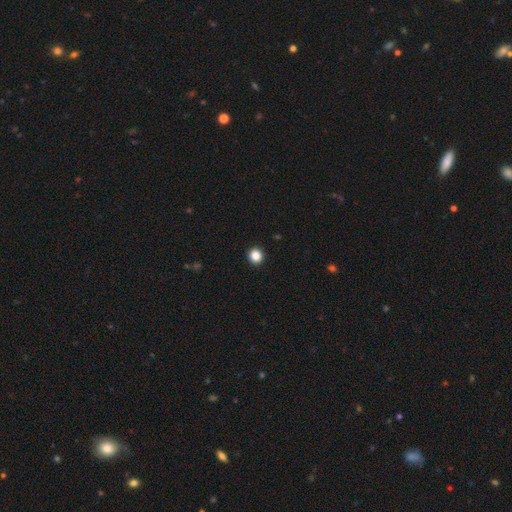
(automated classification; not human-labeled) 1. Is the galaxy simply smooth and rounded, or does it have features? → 86% smooth, 11% star or artifact, 3% featured or disk.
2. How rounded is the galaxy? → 93% round, 6% in between, 1% cigar-shaped.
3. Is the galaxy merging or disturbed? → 94% none, 4% minor disturbance, 1% major disturbance, 1% merger.